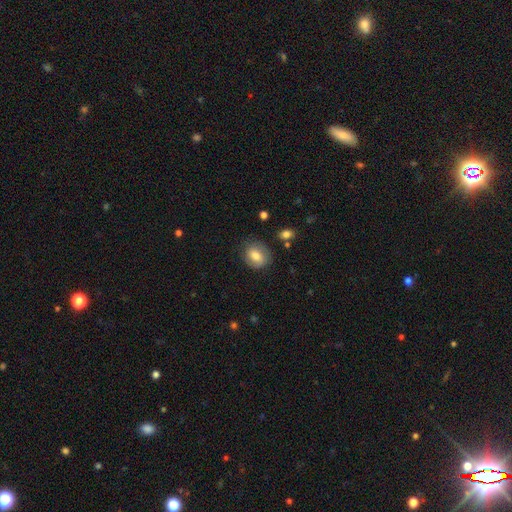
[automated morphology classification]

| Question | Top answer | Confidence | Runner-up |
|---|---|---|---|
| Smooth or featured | smooth | 74% | featured or disk (18%) |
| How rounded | in between | 50% | round (49%) |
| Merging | none | 78% | minor disturbance (16%) |